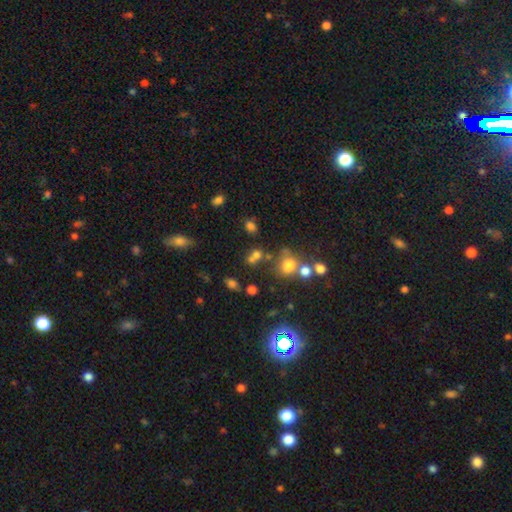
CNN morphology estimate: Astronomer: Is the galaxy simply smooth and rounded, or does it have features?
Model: smooth — 64%.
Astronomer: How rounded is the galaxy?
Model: round — 62%.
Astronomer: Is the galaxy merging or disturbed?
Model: none — 49% (runner-up: merger, 31%).